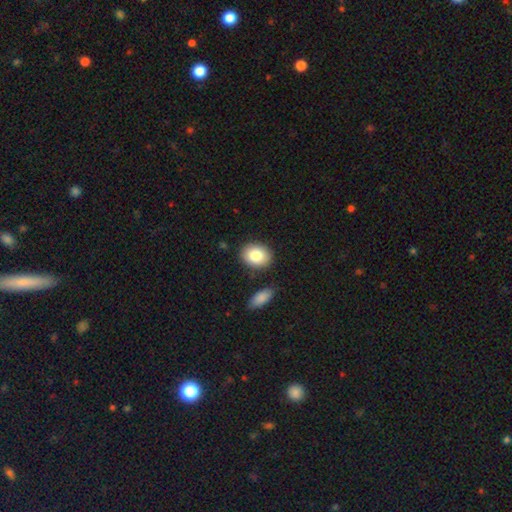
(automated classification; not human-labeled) This appears to be a smooth galaxy with no disk features (84%) that is in between round and cigar-shaped (65%). Merging: none (83%).